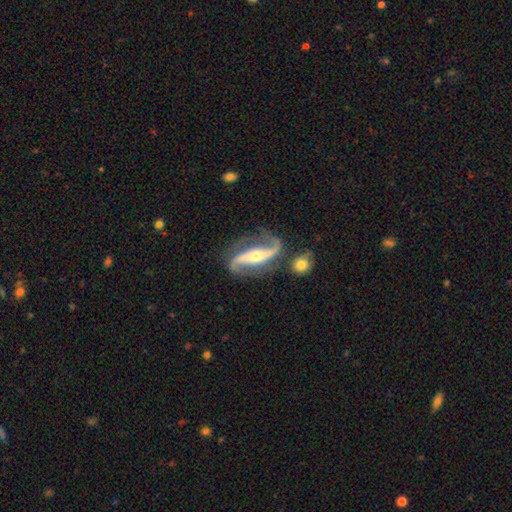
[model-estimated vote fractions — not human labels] Smooth or featured? featured or disk (91%)
Edge-on disk? no (91%)
Bar? strong (57%)
Spiral arms? yes (97%)
Spiral winding? loose (56%)
Spiral arm count? 2 (93%)
Bulge size? moderate (56%)
Merging? none (73%)